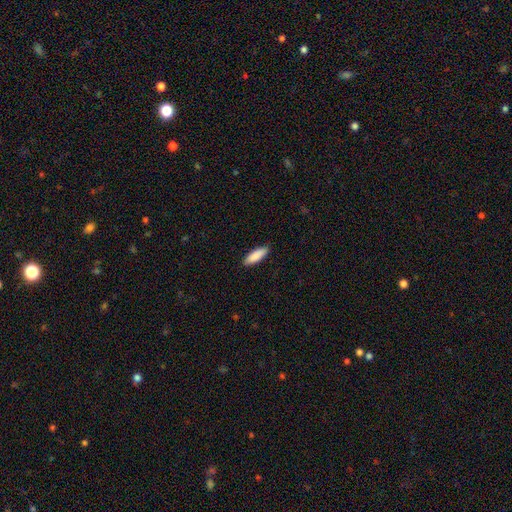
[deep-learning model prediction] Smooth or featured? Predicted: smooth (p=0.89). How rounded? Predicted: in between (p=0.54). Merging? Predicted: none (p=0.89).